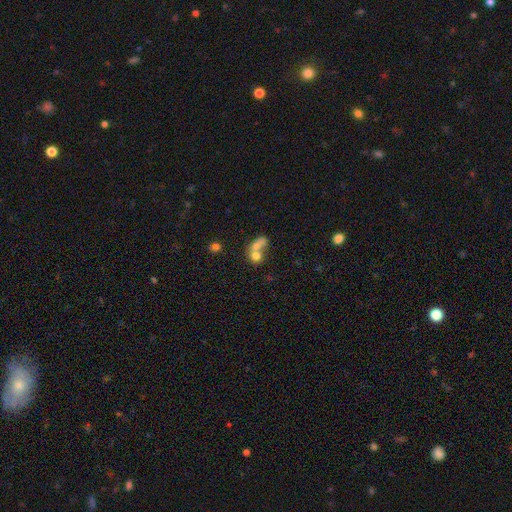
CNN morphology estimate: The model was most divided on "how rounded": round: 56%, in between: 41%, cigar-shaped: 3%. More confident: smooth or featured — smooth (69%); merging — merger (67%).